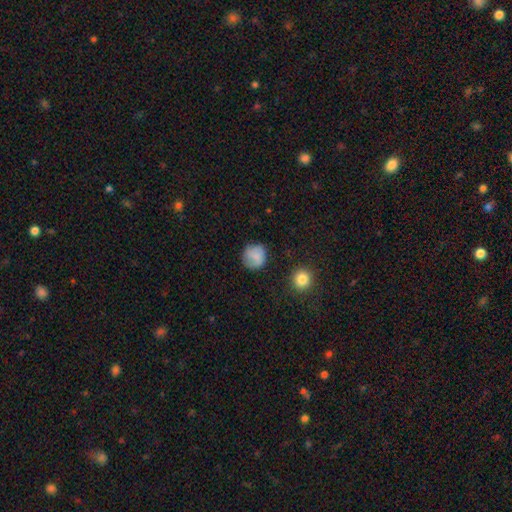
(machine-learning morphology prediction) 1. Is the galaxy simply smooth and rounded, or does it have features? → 70% smooth, 21% featured or disk, 9% star or artifact.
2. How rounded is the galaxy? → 87% round, 12% in between, 1% cigar-shaped.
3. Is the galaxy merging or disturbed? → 76% none, 16% minor disturbance, 5% major disturbance, 2% merger.